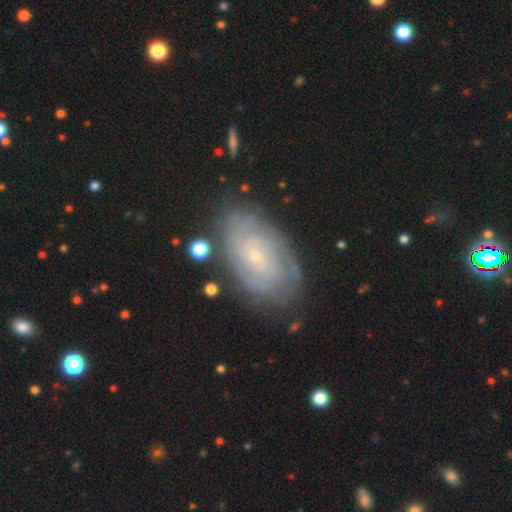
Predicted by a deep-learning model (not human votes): Overall: featured or disk (75%). Edge-on disk: no (95%). Bar: no (72%). Spiral arms: yes (90%). Spiral arm count: can't tell (51%; 2 19%). Spiral winding: tight (75%). Bulge size: small (83%). Merging: none (77%).